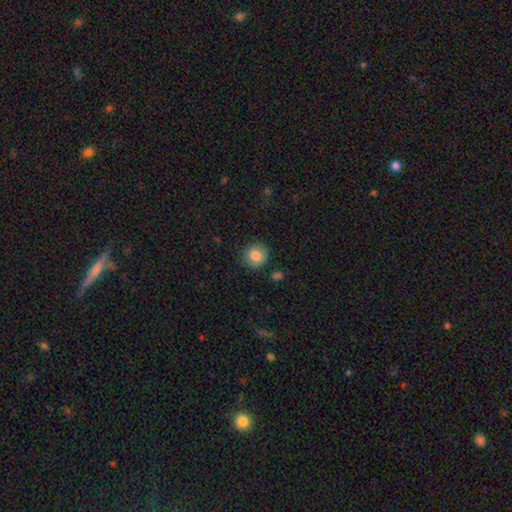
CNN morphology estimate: Smooth or featured: smooth — 84% (star or artifact — 9%)
How rounded: round — 89% (in between — 10%)
Merging: none — 85% (minor disturbance — 10%)